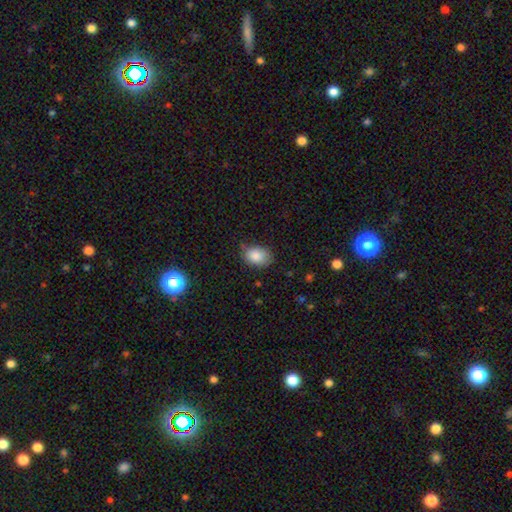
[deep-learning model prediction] Smooth or featured? Predicted: smooth (p=0.85). How rounded? Predicted: in between (p=0.78). Merging? Predicted: none (p=0.69).